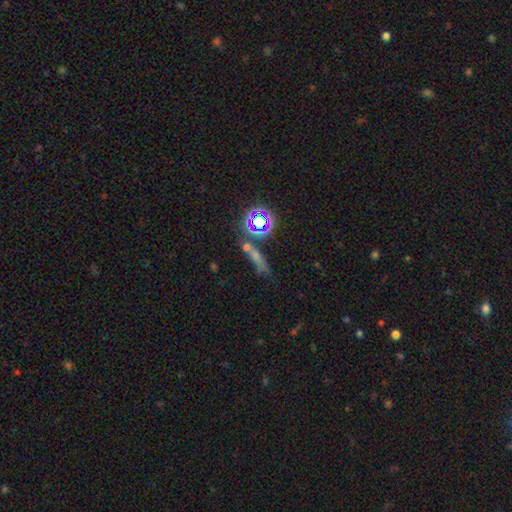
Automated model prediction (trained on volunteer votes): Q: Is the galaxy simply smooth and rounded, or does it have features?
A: star or artifact — 46%.